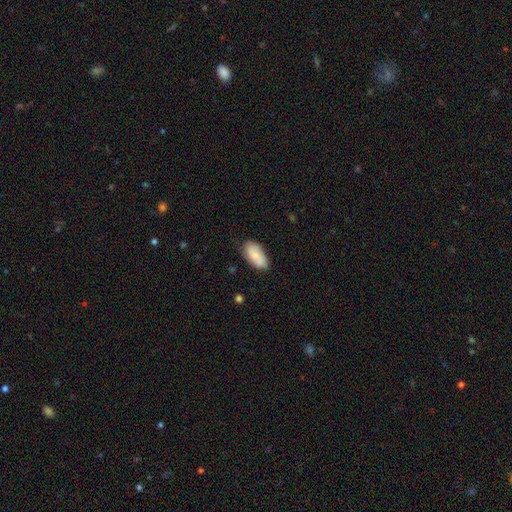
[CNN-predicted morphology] Q: Smooth or featured?
A: smooth (77%); runner-up: featured or disk (17%)
Q: How rounded?
A: in between (92%); runner-up: cigar-shaped (5%)
Q: Merging?
A: none (74%); runner-up: minor disturbance (20%)